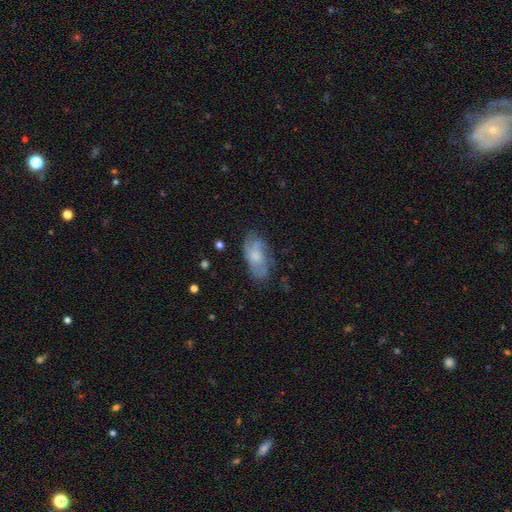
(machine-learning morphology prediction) type=featured or disk (47%); merging=none (64%).